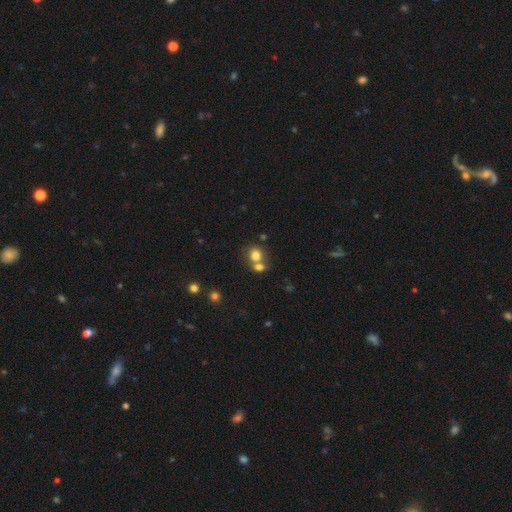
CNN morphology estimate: A smooth galaxy with no disk features (78%) that is round (77%). Merging: merger (46%).